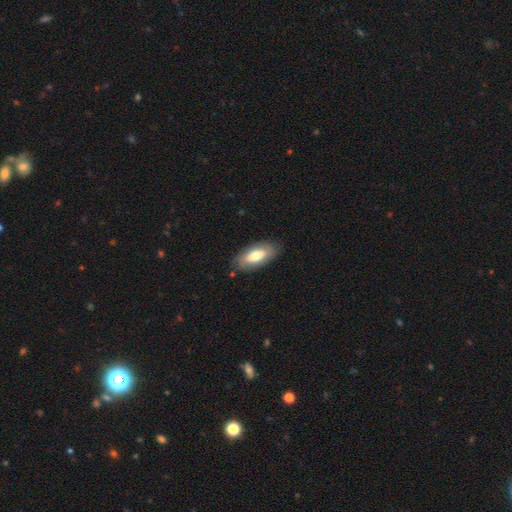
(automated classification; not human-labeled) Smooth or featured? smooth (65%)
How rounded? in between (87%)
Merging? none (82%)